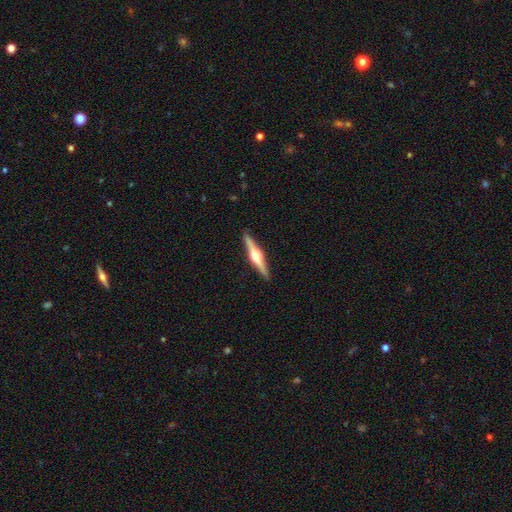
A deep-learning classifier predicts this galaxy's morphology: This appears to be a featured or disk galaxy (76%) viewed edge-on (98%) with a rounded central bulge (93%). Merging: none (91%).